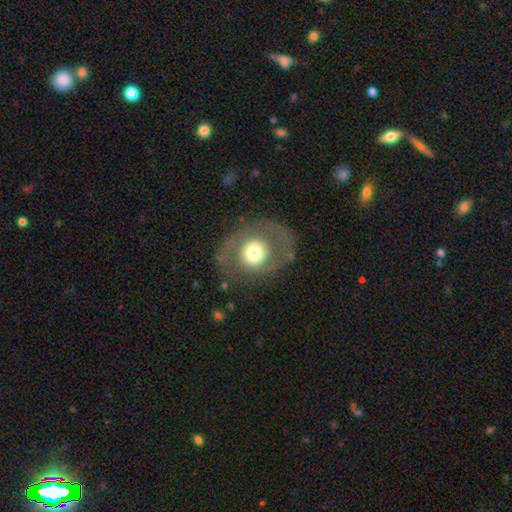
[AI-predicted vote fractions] Smooth or featured?
  - smooth: 48% *
  - featured or disk: 45%
  - star or artifact: 8%
Merging?
  - none: 75% *
  - minor disturbance: 13%
  - major disturbance: 10%
  - merger: 1%